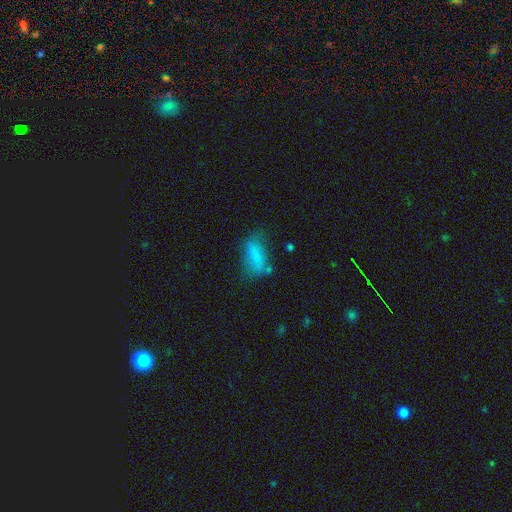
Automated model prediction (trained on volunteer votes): Overall: smooth (75%). How rounded: in between (82%). Merging: none (49%; minor disturbance 27%).